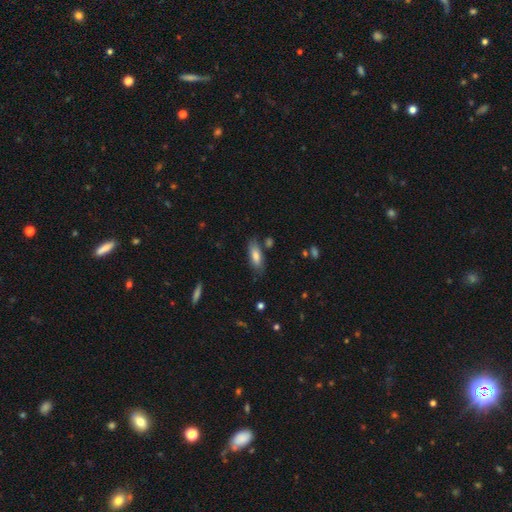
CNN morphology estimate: A smooth galaxy with no disk features (79%) that is in between round and cigar-shaped (67%).

Vote fractions:
- Smooth or featured? smooth: 79% / featured or disk: 14% / star or artifact: 7%
- How rounded? in between: 67% / cigar-shaped: 31% / round: 2%
- Merging? none: 77% / minor disturbance: 15% / merger: 4% / major disturbance: 3%